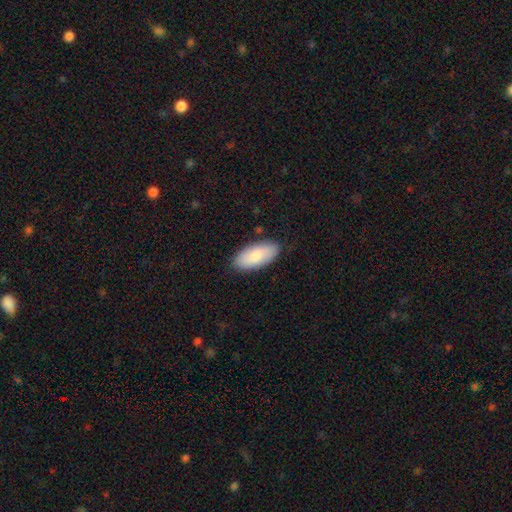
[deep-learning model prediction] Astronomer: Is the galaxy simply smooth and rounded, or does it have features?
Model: smooth — 81%.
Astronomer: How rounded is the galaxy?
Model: in between — 92%.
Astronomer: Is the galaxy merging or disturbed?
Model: none — 85%.